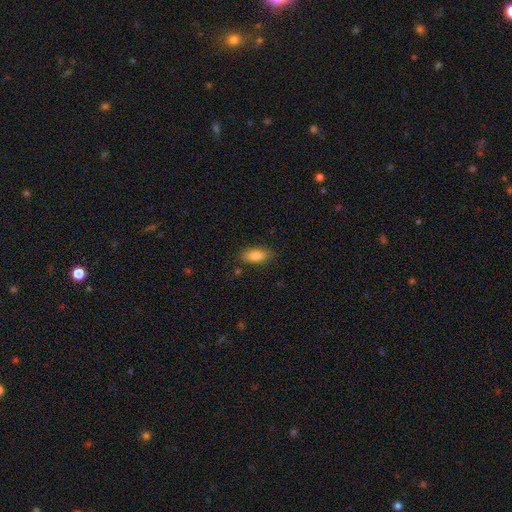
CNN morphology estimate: Smooth or featured? smooth (82%)
How rounded? in between (85%)
Merging? none (83%)